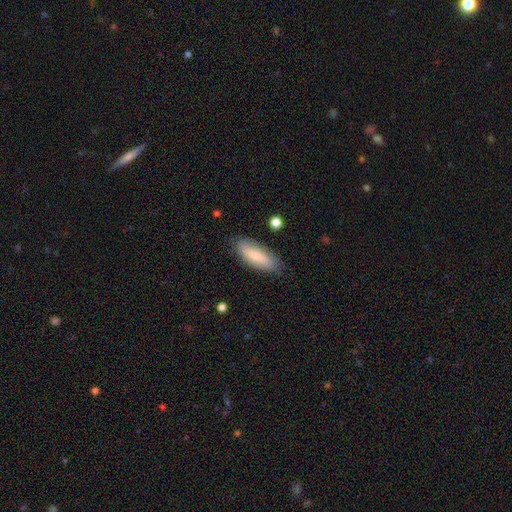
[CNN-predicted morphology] Q: Smooth or featured?
A: smooth (69%); runner-up: featured or disk (25%)
Q: How rounded?
A: in between (69%); runner-up: cigar-shaped (28%)
Q: Merging?
A: none (84%); runner-up: minor disturbance (13%)